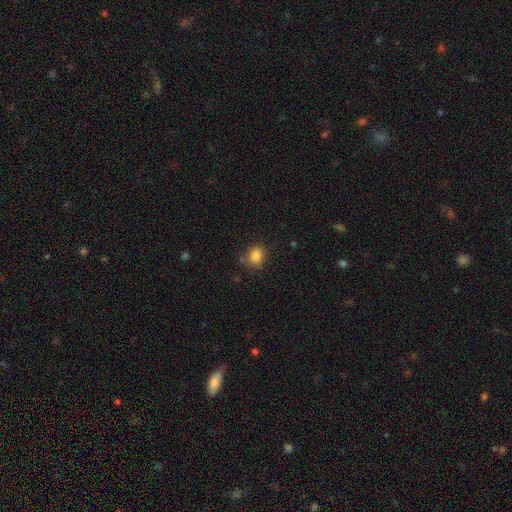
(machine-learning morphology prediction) Overall: smooth (85%). How rounded: round (74%). Merging: none (71%).